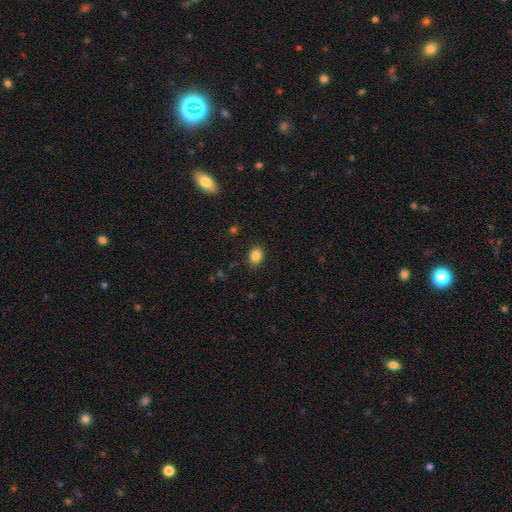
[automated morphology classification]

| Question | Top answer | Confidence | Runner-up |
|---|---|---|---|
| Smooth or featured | smooth | 86% | star or artifact (10%) |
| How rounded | in between | 66% | round (33%) |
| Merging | none | 87% | minor disturbance (9%) |